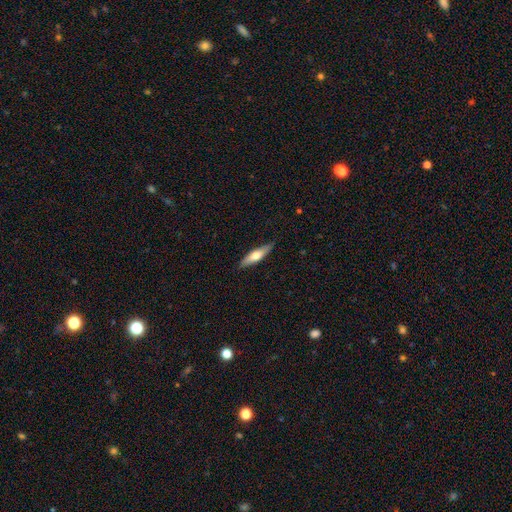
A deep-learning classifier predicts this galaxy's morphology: Smooth or featured? smooth (52%)
How rounded? cigar-shaped (70%)
Merging? none (87%)